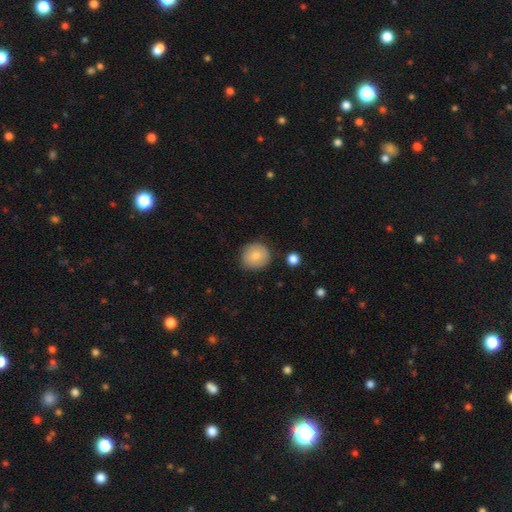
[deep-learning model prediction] Q: Smooth or featured?
A: smooth (79%); runner-up: featured or disk (13%)
Q: How rounded?
A: round (86%); runner-up: in between (13%)
Q: Merging?
A: none (83%); runner-up: minor disturbance (13%)